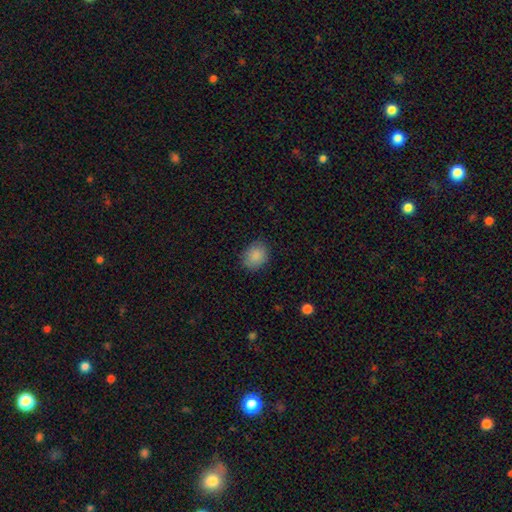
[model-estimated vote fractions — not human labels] Overall: smooth (87%). How rounded: round (53%; in between 47%). Merging: none (81%).